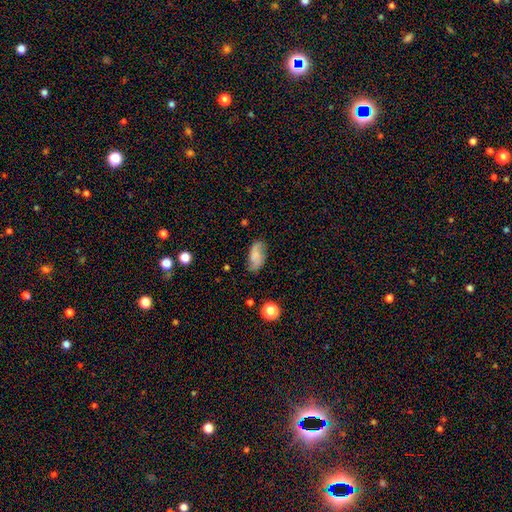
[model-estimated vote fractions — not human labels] smooth_or_featured: smooth (p=0.56) [alt: featured or disk p=0.34]
how_rounded: in between (p=0.90) [alt: cigar-shaped p=0.06]
merging: none (p=0.70) [alt: minor disturbance p=0.22]